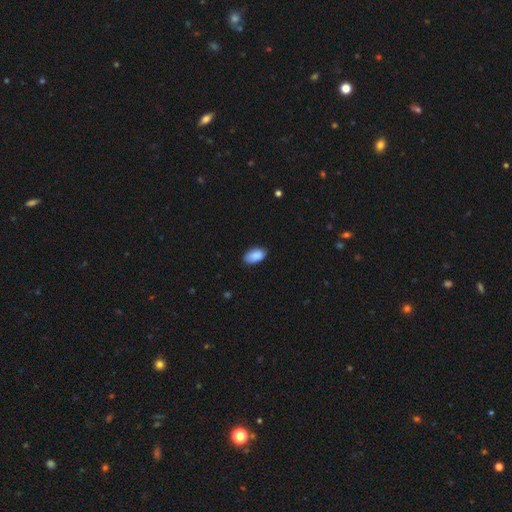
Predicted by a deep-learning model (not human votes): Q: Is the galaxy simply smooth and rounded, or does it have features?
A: smooth — 89%.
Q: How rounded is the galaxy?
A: in between — 94%.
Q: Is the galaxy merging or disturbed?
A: none — 81%.